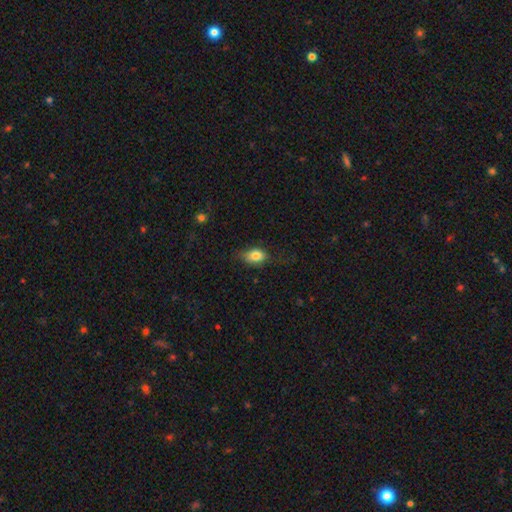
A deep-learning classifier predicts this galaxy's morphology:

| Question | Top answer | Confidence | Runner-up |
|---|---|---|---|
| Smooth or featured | smooth | 81% | featured or disk (10%) |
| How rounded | in between | 78% | round (19%) |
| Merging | none | 59% | minor disturbance (27%) |